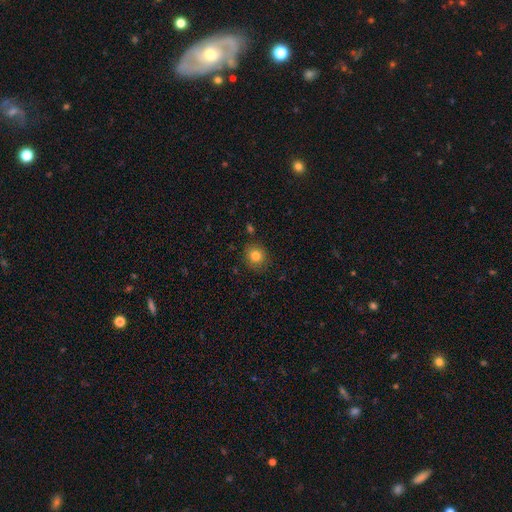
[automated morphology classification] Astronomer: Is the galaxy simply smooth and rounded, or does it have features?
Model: smooth — 82%.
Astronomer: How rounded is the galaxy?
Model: round — 81%.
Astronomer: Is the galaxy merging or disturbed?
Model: none — 85%.